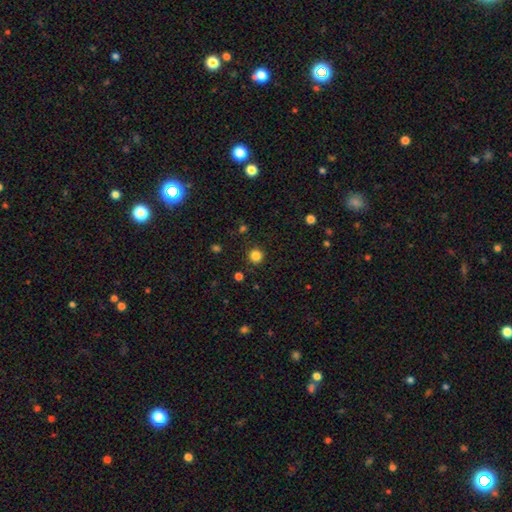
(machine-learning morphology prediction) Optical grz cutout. It shows a smooth galaxy with no disk features (83%) that is round (94%). Merging: none (90%).